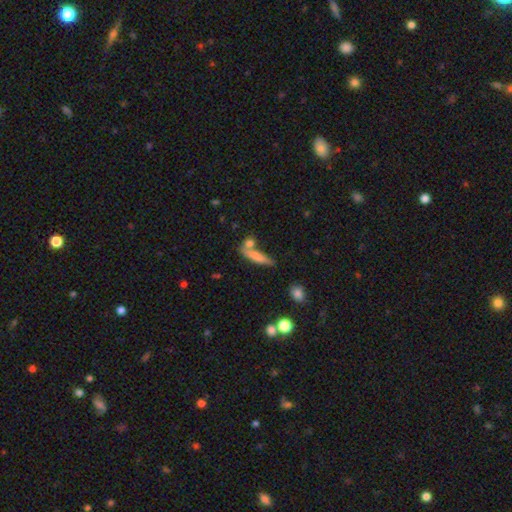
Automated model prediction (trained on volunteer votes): Morphology: type=smooth (69%); roundness=cigar-shaped (80%); merging=none (54%).